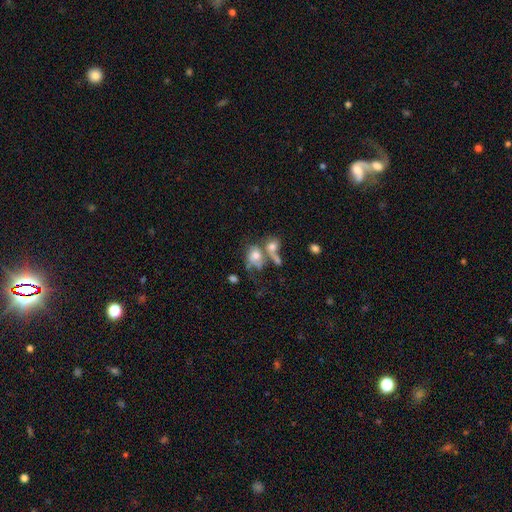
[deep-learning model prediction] Morphology: type=smooth (59%); roundness=in between (51%); merging=merger (50%).